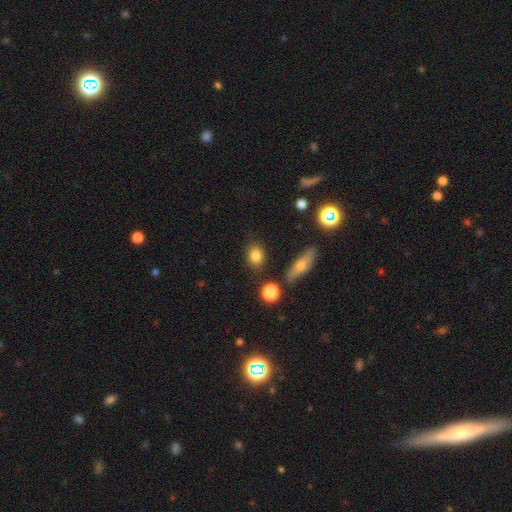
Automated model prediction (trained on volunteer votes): Smooth or featured?
  - smooth: 82% *
  - star or artifact: 10%
  - featured or disk: 8%
How rounded?
  - in between: 54% *
  - round: 43%
  - cigar-shaped: 3%
Merging?
  - none: 81% *
  - minor disturbance: 11%
  - merger: 5%
  - major disturbance: 3%